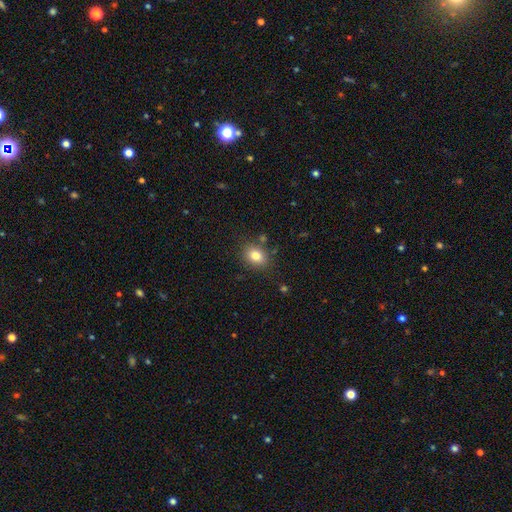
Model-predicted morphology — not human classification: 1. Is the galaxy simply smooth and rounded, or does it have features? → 81% smooth, 10% star or artifact, 9% featured or disk.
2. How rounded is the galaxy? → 59% in between, 40% round, 1% cigar-shaped.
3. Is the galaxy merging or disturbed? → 81% none, 12% minor disturbance, 4% merger, 3% major disturbance.